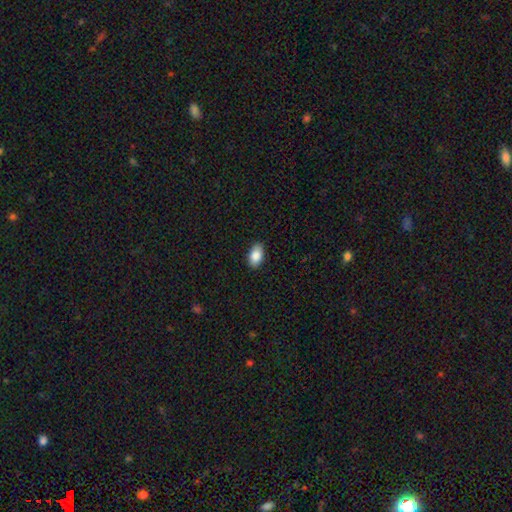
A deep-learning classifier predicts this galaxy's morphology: This is clearly a smooth galaxy (87%). How rounded: clearly in between (92%). Merging: clearly none (88%).